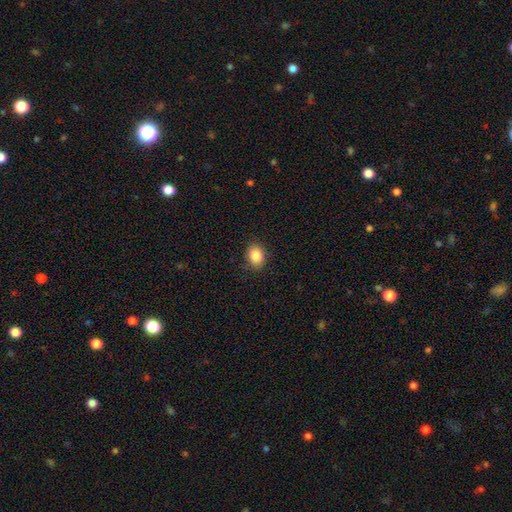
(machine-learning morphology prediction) smooth 85%, star or artifact 9%, featured or disk 6%. Down the decision tree: how rounded — in between (60%); merging — none (87%).